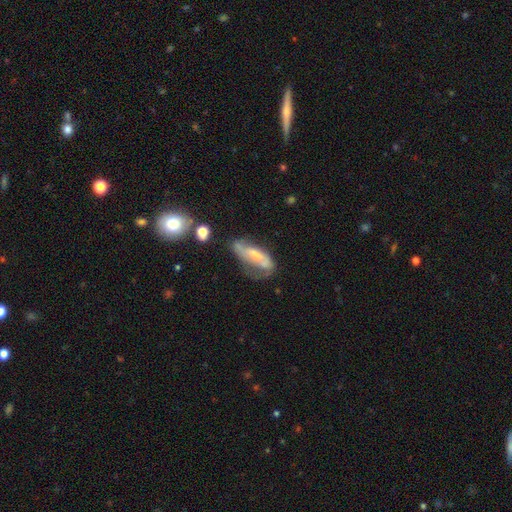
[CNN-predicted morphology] Q: Smooth or featured?
A: featured or disk (52%); runner-up: smooth (39%)
Q: Edge-on disk?
A: no (79%); runner-up: yes (21%)
Q: Merging?
A: none (35%); runner-up: minor disturbance (29%)